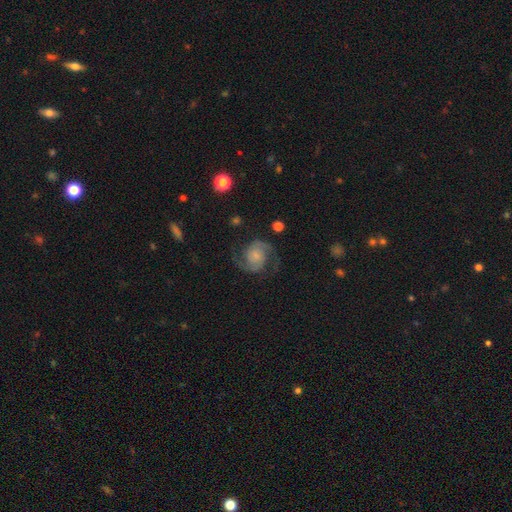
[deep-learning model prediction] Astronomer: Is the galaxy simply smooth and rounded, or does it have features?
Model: featured or disk — 88%.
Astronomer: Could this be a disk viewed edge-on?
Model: no — 98%.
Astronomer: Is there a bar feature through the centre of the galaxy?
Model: no — 66%.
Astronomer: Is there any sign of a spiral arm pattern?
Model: yes — 98%.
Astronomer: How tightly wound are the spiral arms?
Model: medium — 58%.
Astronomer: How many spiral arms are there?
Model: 2 — 94%.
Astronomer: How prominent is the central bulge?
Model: small — 49%.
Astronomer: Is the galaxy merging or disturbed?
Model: none — 78%.